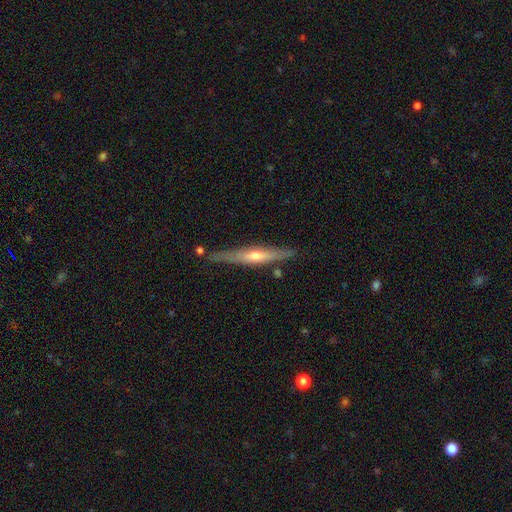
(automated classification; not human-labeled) This appears to be a featured or disk galaxy (75%) viewed edge-on (96%) with a rounded central bulge (82%). Merging: none (84%).